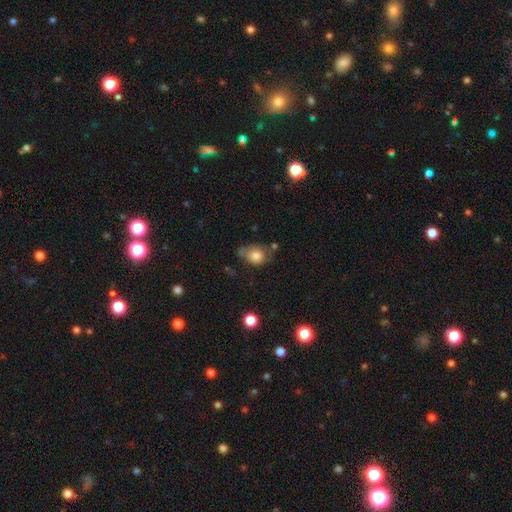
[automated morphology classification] type=smooth (77%); roundness=in between (57%); merging=none (42%).